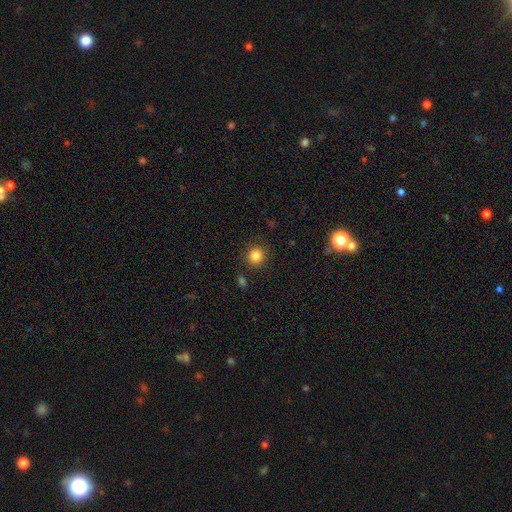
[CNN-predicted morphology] This is clearly a smooth galaxy (84%). How rounded: clearly round (90%). Merging: clearly none (87%).